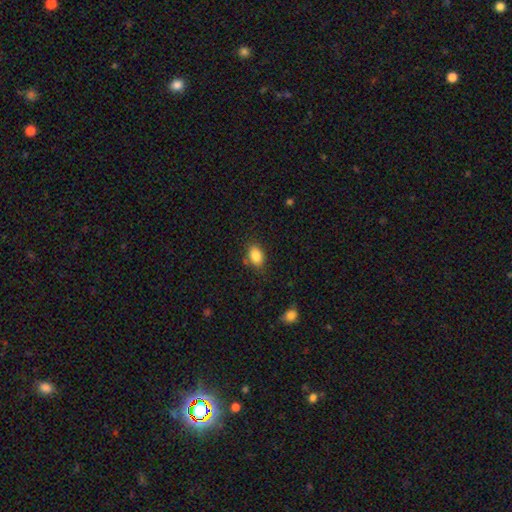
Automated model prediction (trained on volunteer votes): smooth 85%, star or artifact 9%, featured or disk 7%. Down the decision tree: how rounded — in between (80%); merging — none (80%).